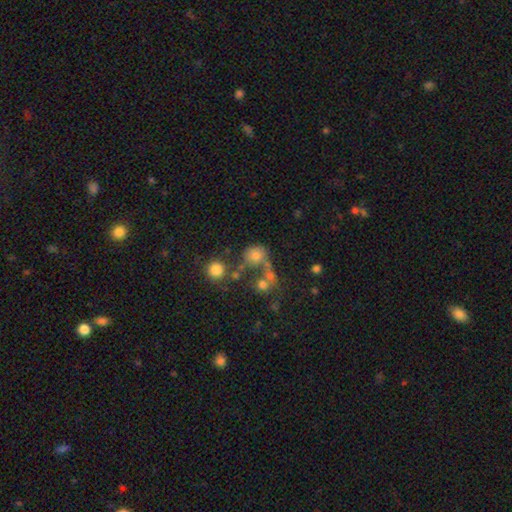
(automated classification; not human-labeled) Smooth or featured: smooth — 70% (star or artifact — 16%)
How rounded: round — 82% (in between — 16%)
Merging: none — 49% (merger — 28%)